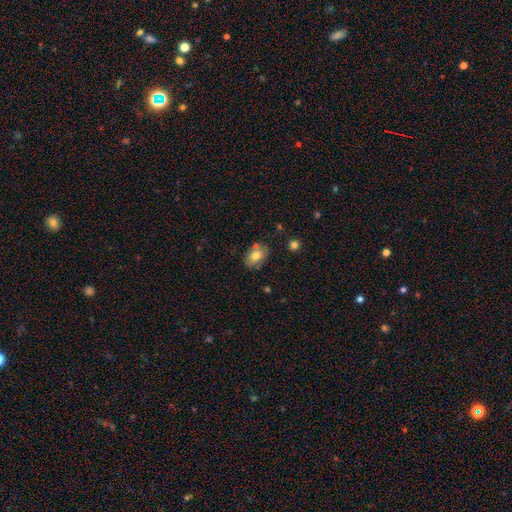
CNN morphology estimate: type=smooth (73%); roundness=in between (82%); merging=none (70%).